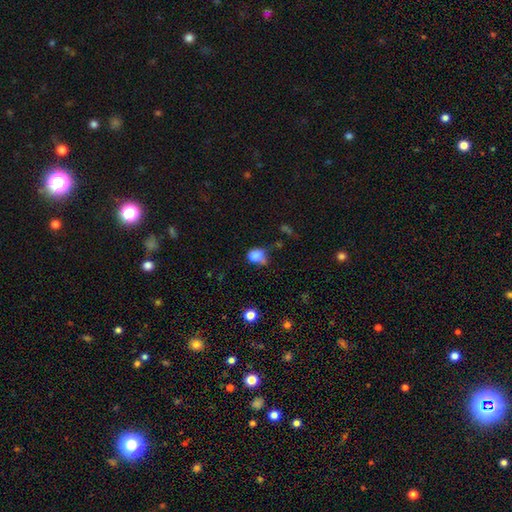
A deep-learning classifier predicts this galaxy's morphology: smooth_or_featured: smooth (p=0.79) [alt: star or artifact p=0.11]
how_rounded: in between (p=0.53) [alt: round p=0.46]
merging: none (p=0.37) [alt: minor disturbance p=0.34]